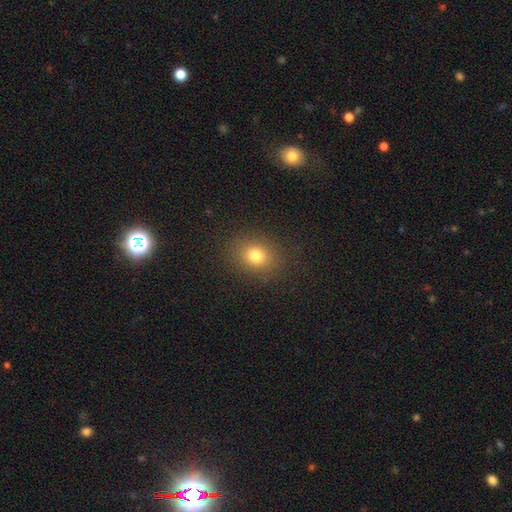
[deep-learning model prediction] Morphology: type=smooth (78%); roundness=round (62%); merging=none (88%).